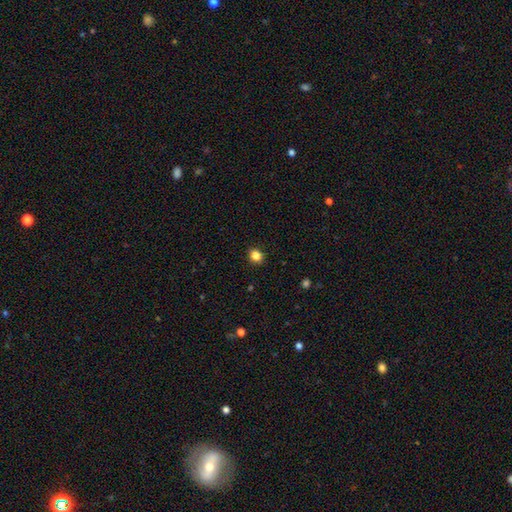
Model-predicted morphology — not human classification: This appears to be a smooth galaxy with no disk features (84%) that is round (76%). Merging: none (92%).